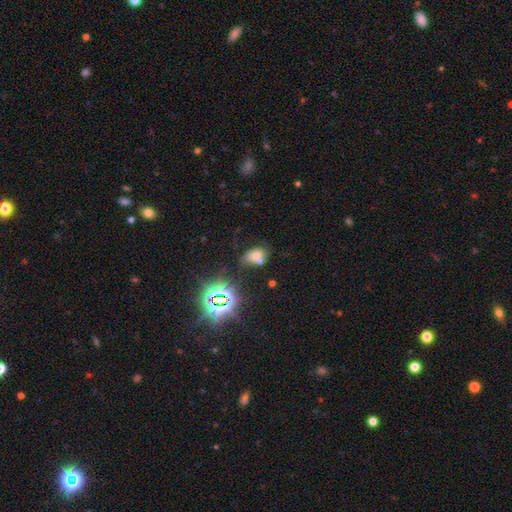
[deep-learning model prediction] Overall: smooth (55%; star or artifact 27%). How rounded: in between (80%). Merging: none (47%; merger 31%).